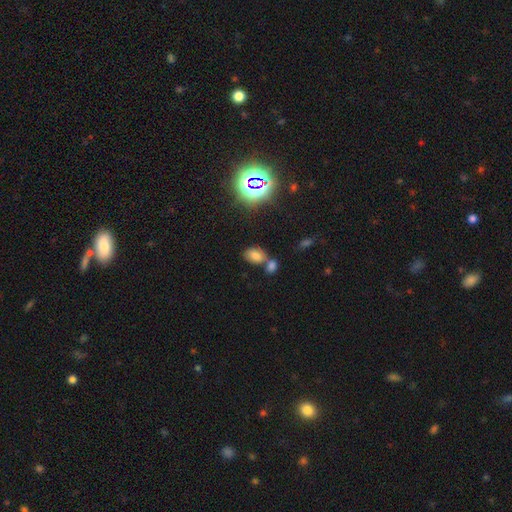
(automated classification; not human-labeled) Smooth or featured? smooth (69%)
How rounded? in between (83%)
Merging? none (50%)